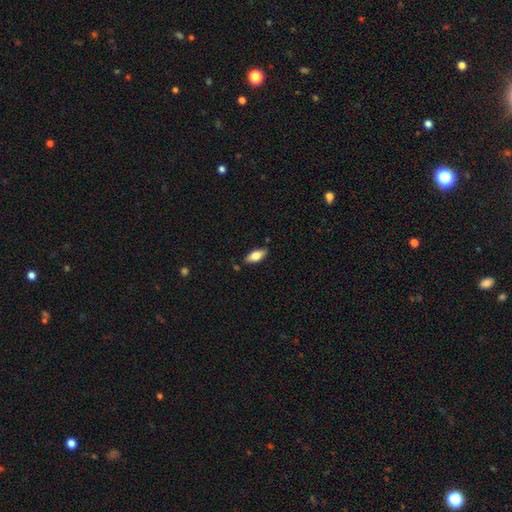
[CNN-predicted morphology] Overall: smooth (71%). How rounded: in between (83%). Merging: none (84%).